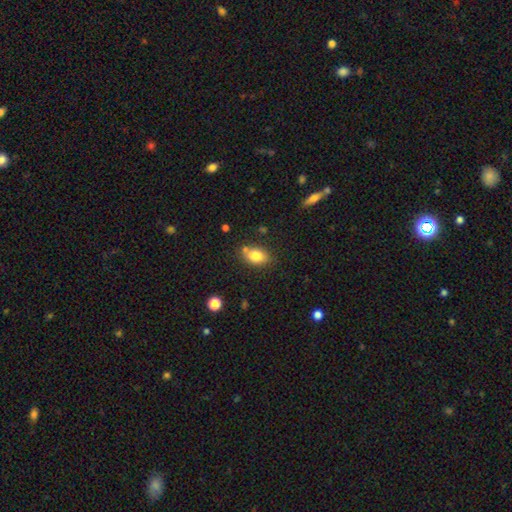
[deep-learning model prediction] This is clearly a smooth galaxy (80%). How rounded: likely in between (76%). Merging: likely none (71%).